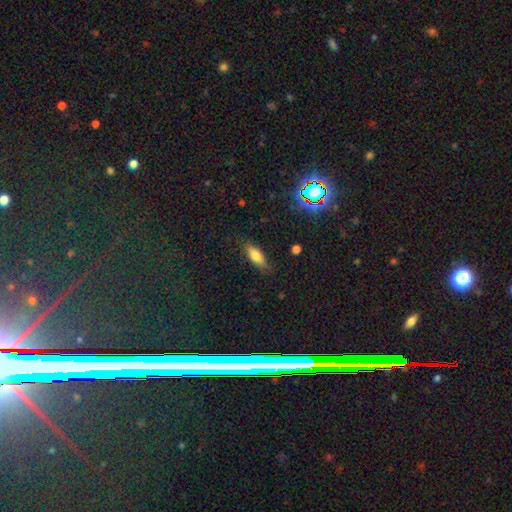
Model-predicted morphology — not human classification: Smooth or featured: smooth — 74% (featured or disk — 17%)
How rounded: in between — 69% (cigar-shaped — 28%)
Merging: none — 82% (minor disturbance — 14%)